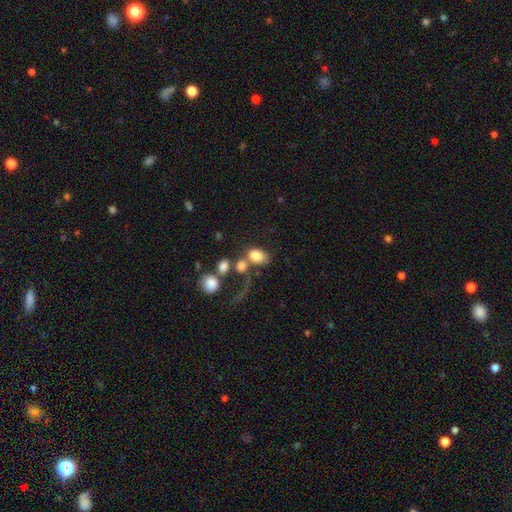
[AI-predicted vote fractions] A smooth galaxy with no disk features (76%) that is in between round and cigar-shaped (79%). Merging: merger (39%).